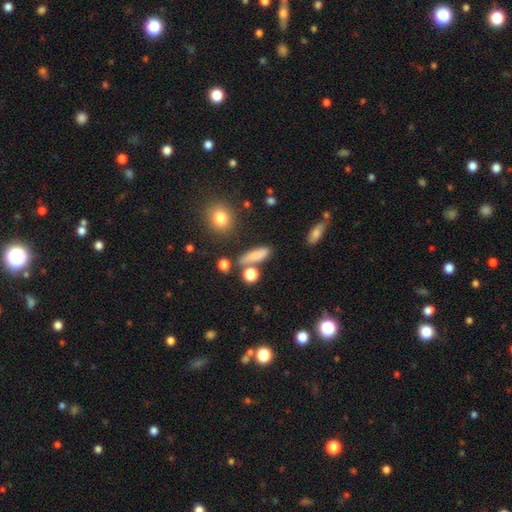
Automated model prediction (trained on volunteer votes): Smooth or featured? smooth (76%)
How rounded? cigar-shaped (47%)
Merging? none (65%)